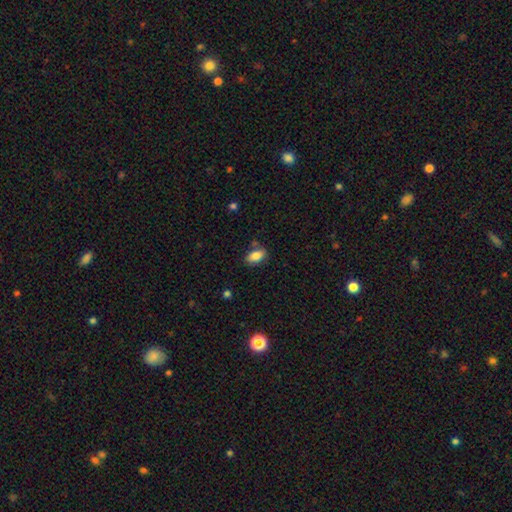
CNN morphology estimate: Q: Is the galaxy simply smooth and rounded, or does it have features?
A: smooth — 83%.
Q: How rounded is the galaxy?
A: in between — 91%.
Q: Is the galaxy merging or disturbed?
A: none — 76%.